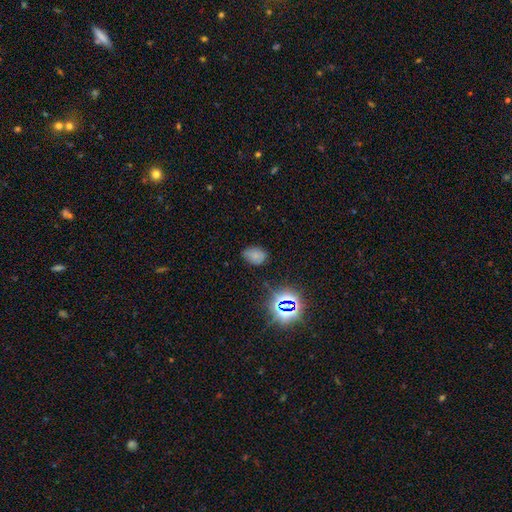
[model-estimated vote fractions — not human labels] The model was most divided on "smooth or featured": smooth: 61%, star or artifact: 23%, featured or disk: 15%. More confident: how rounded — in between (71%); merging — none (66%).